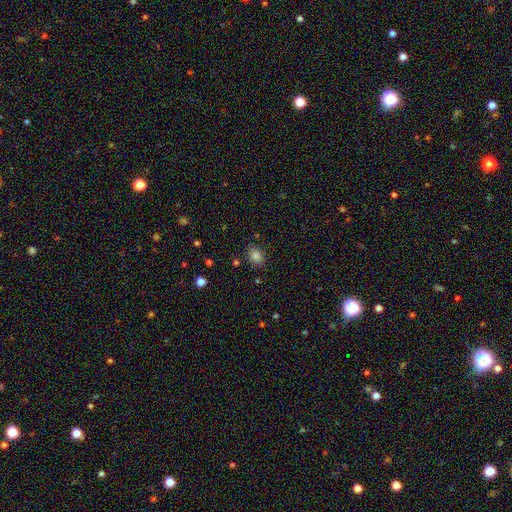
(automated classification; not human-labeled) A smooth galaxy with no disk features (82%) that is round (55%).

Vote fractions:
- Smooth or featured? smooth: 82% / star or artifact: 13% / featured or disk: 5%
- How rounded? round: 55% / in between: 44% / cigar-shaped: 1%
- Merging? none: 85% / minor disturbance: 10% / major disturbance: 3% / merger: 2%